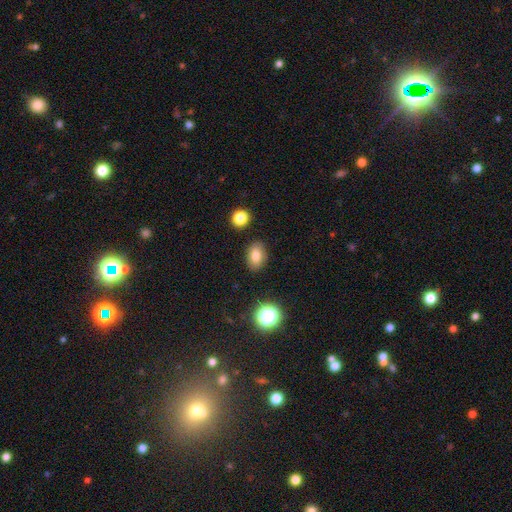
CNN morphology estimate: smooth_or_featured: smooth (p=0.79) [alt: star or artifact p=0.12]
how_rounded: in between (p=0.80) [alt: round p=0.19]
merging: none (p=0.86) [alt: minor disturbance p=0.09]